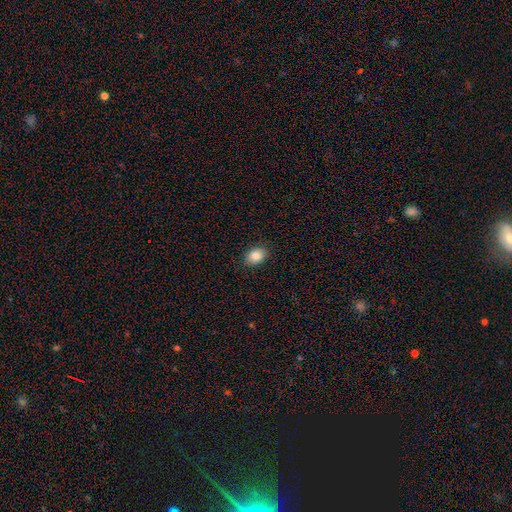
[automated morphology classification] A smooth galaxy with no disk features (87%) that is in between round and cigar-shaped (78%). Merging: none (87%).